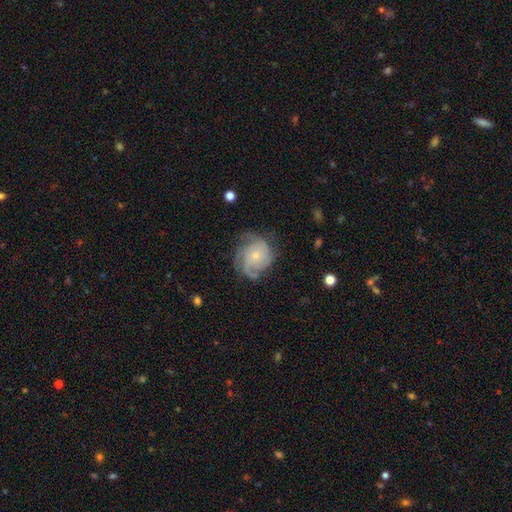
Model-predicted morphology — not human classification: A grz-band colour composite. It shows a featured or disk galaxy (81%) with no bar (80%), 3 (40%) tight (49%) spiral arms (95%) and a small central bulge (74%). Merging: none (66%).